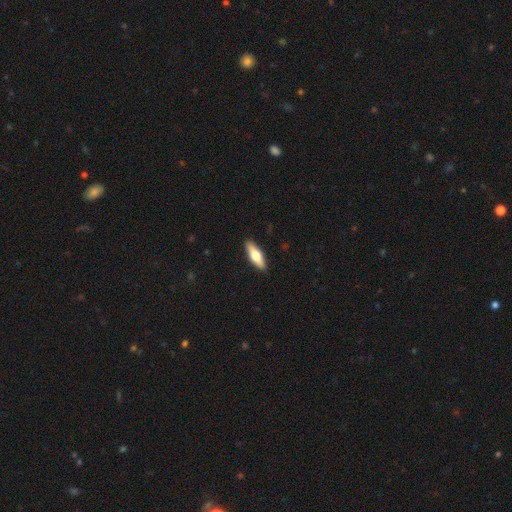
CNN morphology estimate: Smooth or featured? Predicted: smooth (p=0.60). How rounded? Predicted: in between (p=0.50). Merging? Predicted: none (p=0.90).